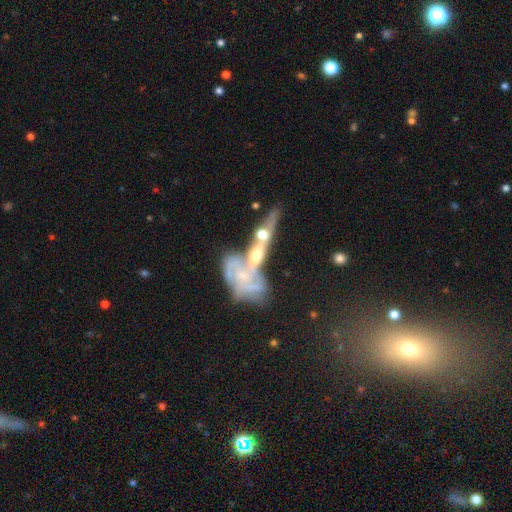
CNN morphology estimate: smooth-or-featured: featured or disk: 76% | smooth: 15% | star or artifact: 9%
  disk-edge-on: no: 68% | yes: 32%
    bar: no: 76% | weak: 19% | strong: 6%
    has-spiral-arms: yes: 69% | no: 31%
    bulge-size: small: 51% | moderate: 35% | none: 8% | large: 4% | dominant: 2%
  merging: merger: 54% | none: 26% | minor disturbance: 11% | major disturbance: 10%